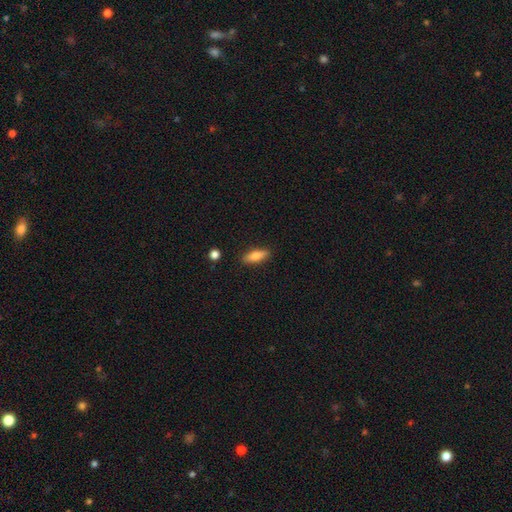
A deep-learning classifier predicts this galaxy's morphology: Overall: smooth (78%). How rounded: in between (56%; cigar-shaped 41%). Merging: none (87%).